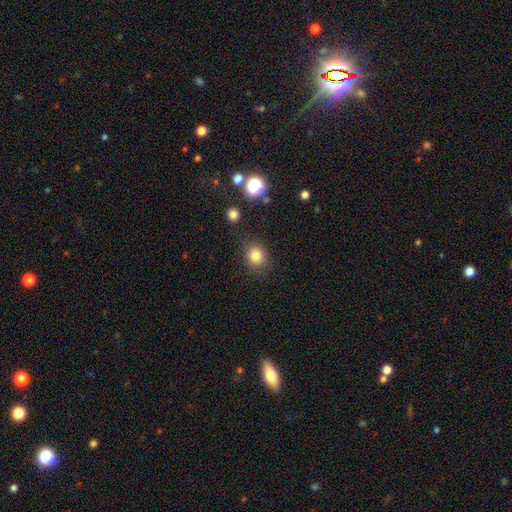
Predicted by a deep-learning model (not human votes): Overall: smooth (82%). How rounded: round (74%). Merging: none (84%).